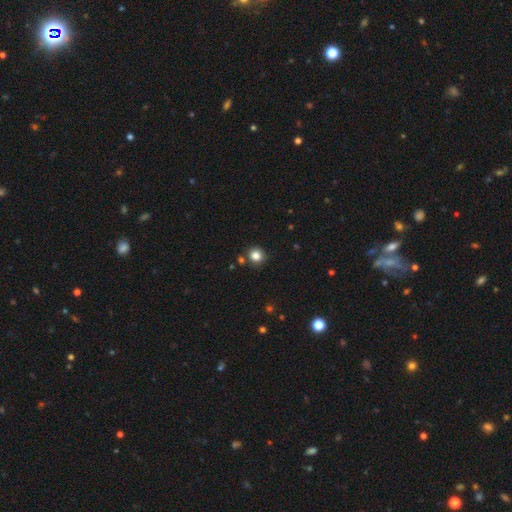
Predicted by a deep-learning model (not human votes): Morphology: type=smooth (83%); roundness=round (91%); merging=none (84%).